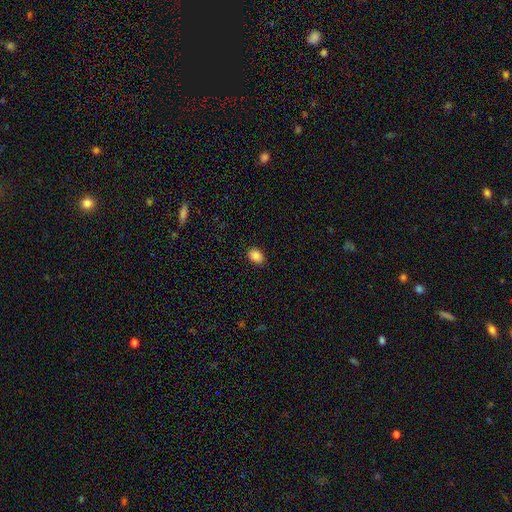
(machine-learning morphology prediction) Smooth or featured?
  - smooth: 87% *
  - star or artifact: 9%
  - featured or disk: 4%
How rounded?
  - in between: 71% *
  - round: 28%
  - cigar-shaped: 1%
Merging?
  - none: 89% *
  - minor disturbance: 8%
  - major disturbance: 2%
  - merger: 1%